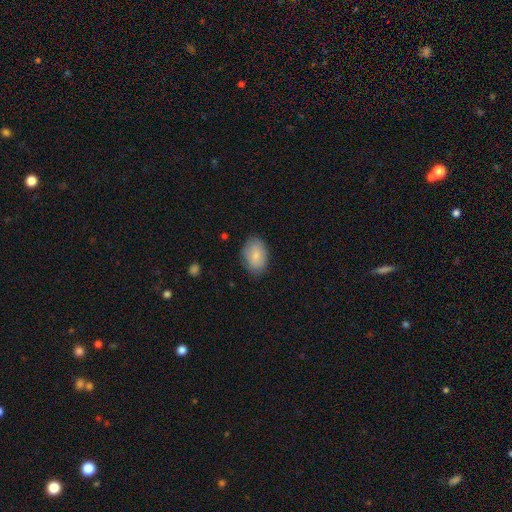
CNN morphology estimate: Smooth or featured? Predicted: smooth (p=0.82). How rounded? Predicted: in between (p=0.86). Merging? Predicted: none (p=0.77).